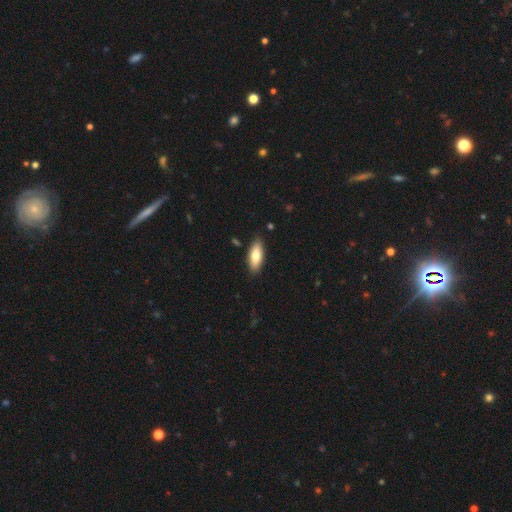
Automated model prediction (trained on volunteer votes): The model was most divided on "how rounded": in between: 76%, cigar-shaped: 21%, round: 2%. More confident: merging — none (87%); smooth or featured — smooth (77%).